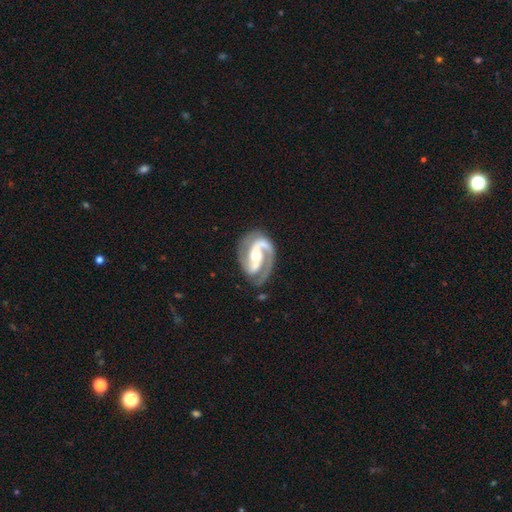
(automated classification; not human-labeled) Overall: featured or disk (92%). Edge-on disk: no (98%). Bar: strong (46%; weak 32%). Spiral arms: yes (98%). Spiral arm count: 2 (89%). Spiral winding: medium (55%; tight 31%). Bulge size: moderate (68%). Merging: none (77%).